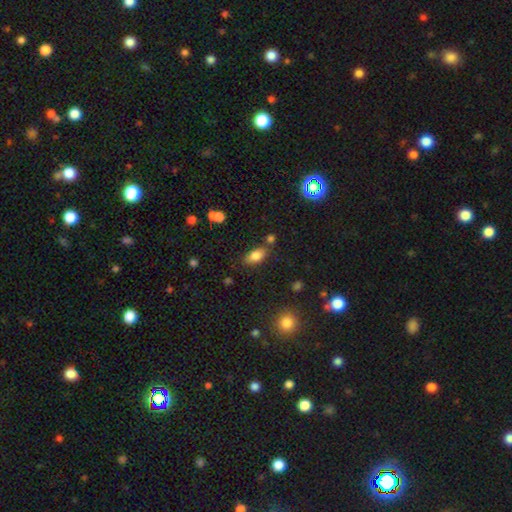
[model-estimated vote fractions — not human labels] smooth 82%, star or artifact 9%, featured or disk 9%. Down the decision tree: how rounded — in between (88%); merging — none (70%).